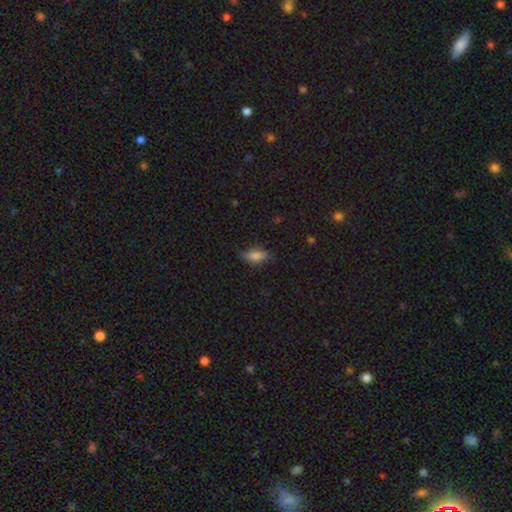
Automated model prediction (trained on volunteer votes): A smooth galaxy with no disk features (75%) that is in between round and cigar-shaped (79%).

Vote fractions:
- Smooth or featured? smooth: 75% / featured or disk: 16% / star or artifact: 9%
- How rounded? in between: 79% / cigar-shaped: 17% / round: 4%
- Merging? none: 75% / minor disturbance: 20% / major disturbance: 4% / merger: 1%